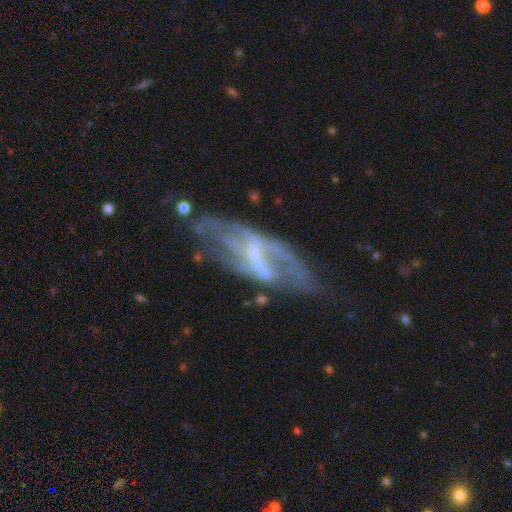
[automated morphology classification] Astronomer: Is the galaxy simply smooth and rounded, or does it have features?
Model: featured or disk — 77%.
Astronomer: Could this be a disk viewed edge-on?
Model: no — 86%.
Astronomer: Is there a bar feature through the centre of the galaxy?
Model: weak — 40% (runner-up: strong, 34%).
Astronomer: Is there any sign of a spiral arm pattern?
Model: yes — 65%.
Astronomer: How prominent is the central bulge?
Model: none — 37%, tied with small at 37%.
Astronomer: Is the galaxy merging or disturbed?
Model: none — 46% (runner-up: minor disturbance, 24%).